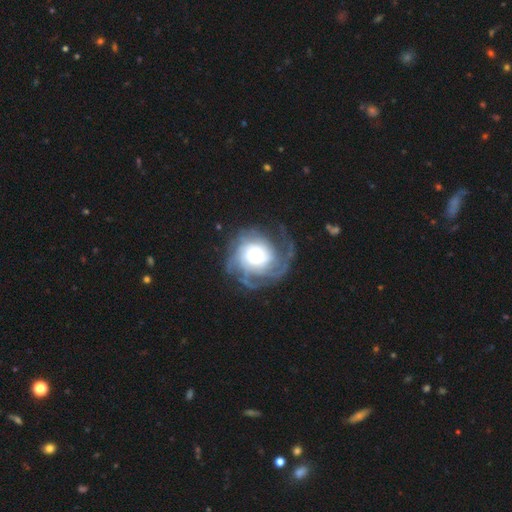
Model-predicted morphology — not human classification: The model was most divided on "spiral arm count": can't tell: 38%, 3: 15%, 2: 15%, 4: 13%, more than 4: 12%, 1: 7%. Remaining: edge-on disk — no (98%); spiral arms — yes (93%); smooth or featured — featured or disk (82%); bar — no (76%); merging — none (63%); spiral winding — tight (59%); bulge size — moderate (50%).